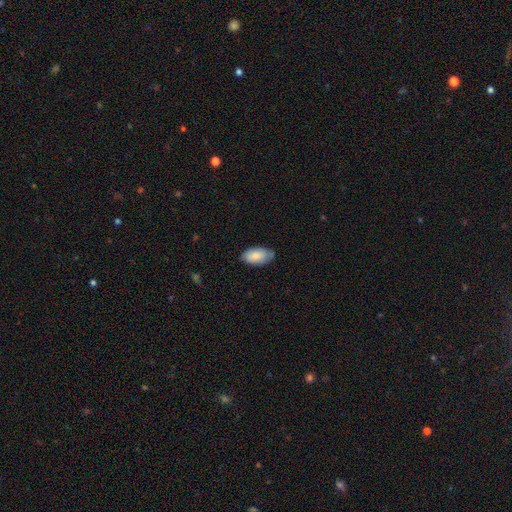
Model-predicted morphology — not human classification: A smooth galaxy with no disk features (84%) that is in between round and cigar-shaped (95%). Merging: none (72%).